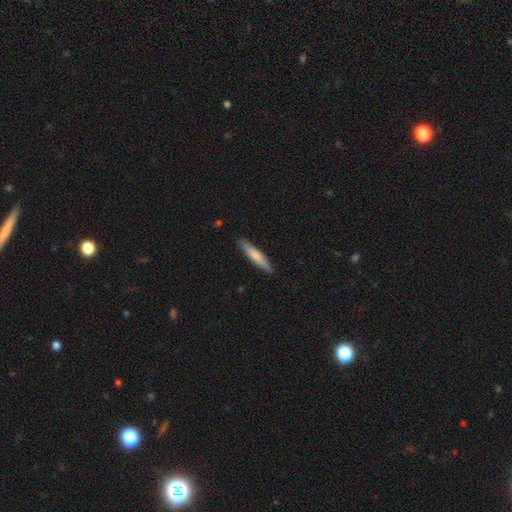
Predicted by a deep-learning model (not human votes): A smooth galaxy with no disk features (69%) that is cigar-shaped (87%).

Vote fractions:
- Smooth or featured? smooth: 69% / featured or disk: 26% / star or artifact: 5%
- How rounded? cigar-shaped: 87% / in between: 12% / round: 1%
- Merging? none: 89% / minor disturbance: 9% / major disturbance: 2% / merger: 1%